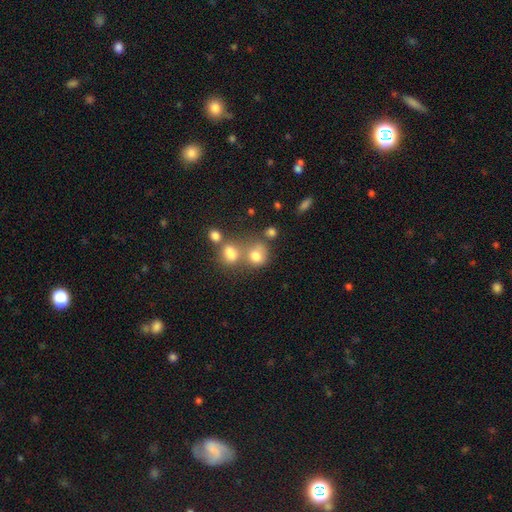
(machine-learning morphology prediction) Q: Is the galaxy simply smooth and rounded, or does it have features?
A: smooth — 75%.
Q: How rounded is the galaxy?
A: round — 64%.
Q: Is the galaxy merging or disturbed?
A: merger — 42%.